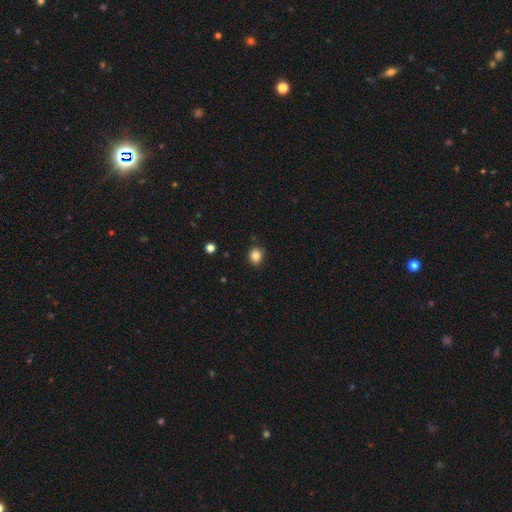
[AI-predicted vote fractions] Morphology: type=smooth (84%); roundness=round (77%); merging=none (87%).